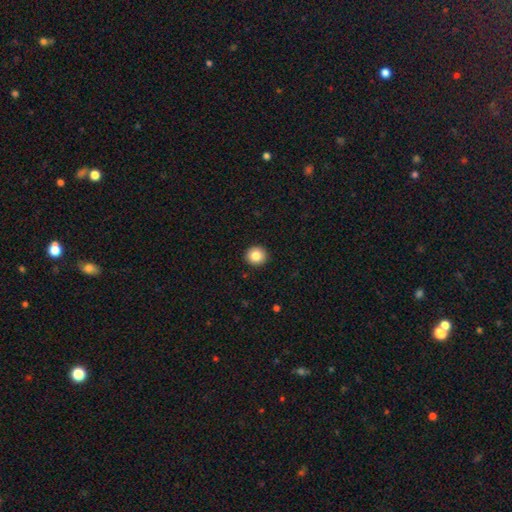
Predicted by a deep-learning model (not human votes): smooth 85%, star or artifact 9%, featured or disk 6%. Down the decision tree: how rounded — round (90%); merging — none (93%).